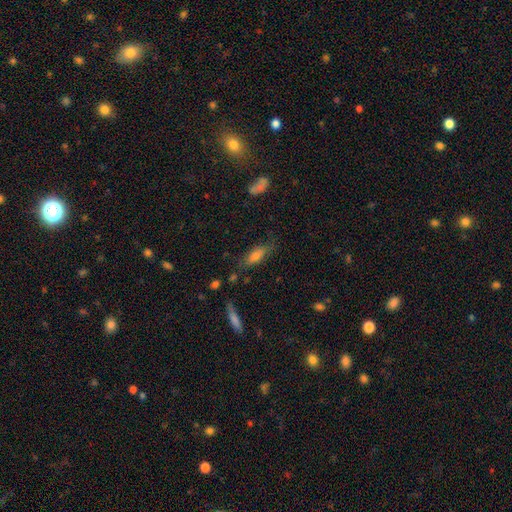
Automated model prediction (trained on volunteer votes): A smooth galaxy with no disk features (63%) that is in between round and cigar-shaped (51%). Merging: none (70%).